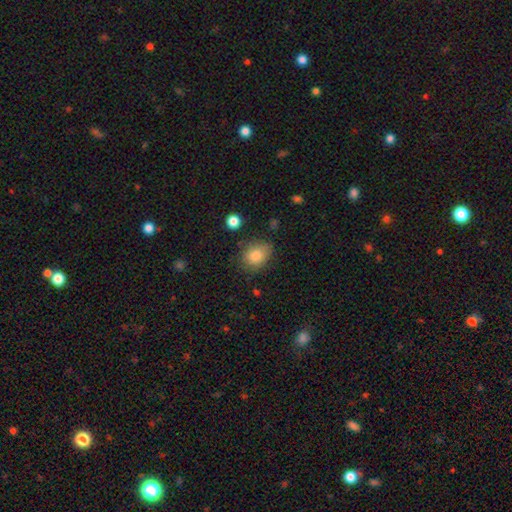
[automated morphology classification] This appears to be a smooth galaxy with no disk features (81%) that is in between round and cigar-shaped (51%). Merging: none (72%).